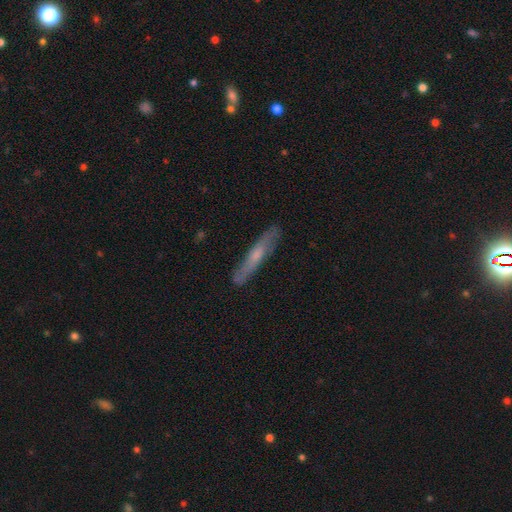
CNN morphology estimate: Smooth or featured? featured or disk (51%)
Edge-on disk? yes (81%)
Merging? none (85%)